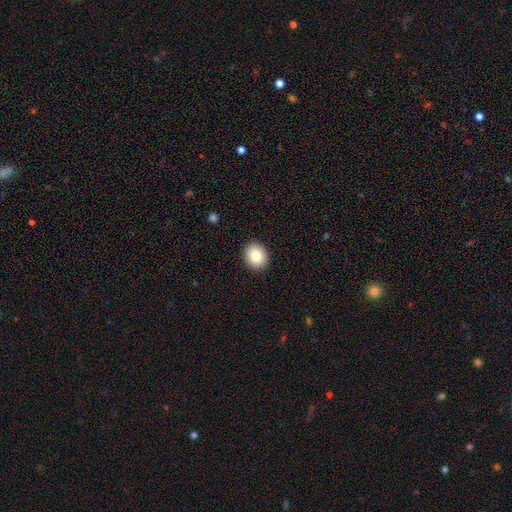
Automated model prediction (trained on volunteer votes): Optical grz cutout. It shows a smooth galaxy with no disk features (84%) that is round (66%). Merging: none (90%).